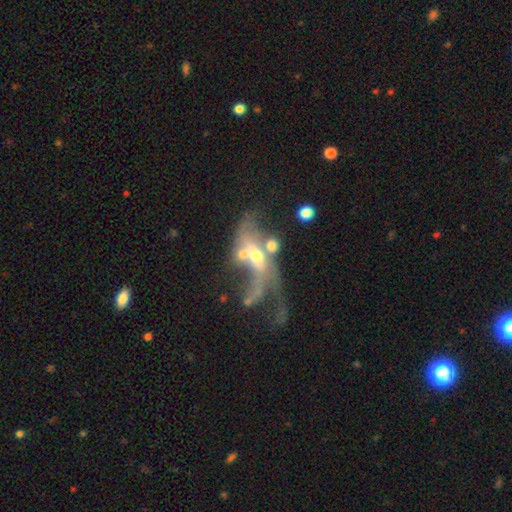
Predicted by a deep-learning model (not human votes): Q: Smooth or featured?
A: featured or disk (68%); runner-up: smooth (20%)
Q: Edge-on disk?
A: no (91%); runner-up: yes (9%)
Q: Bar?
A: no (59%); runner-up: weak (27%)
Q: Spiral arms?
A: yes (54%); runner-up: no (46%)
Q: Bulge size?
A: moderate (54%); runner-up: small (28%)
Q: Merging?
A: merger (49%); runner-up: major disturbance (30%)